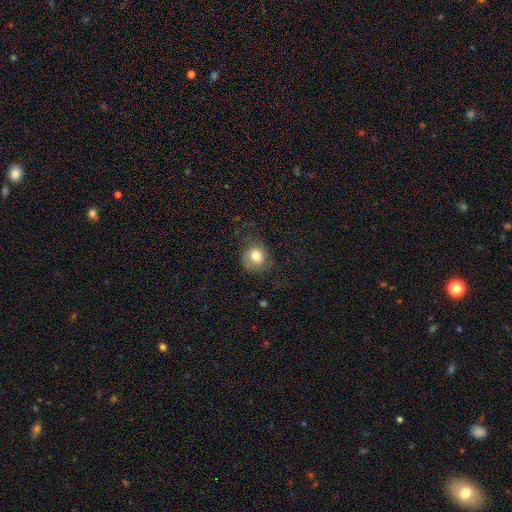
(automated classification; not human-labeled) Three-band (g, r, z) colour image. It shows a smooth galaxy with no disk features (72%) that is round (78%). Merging: none (62%).